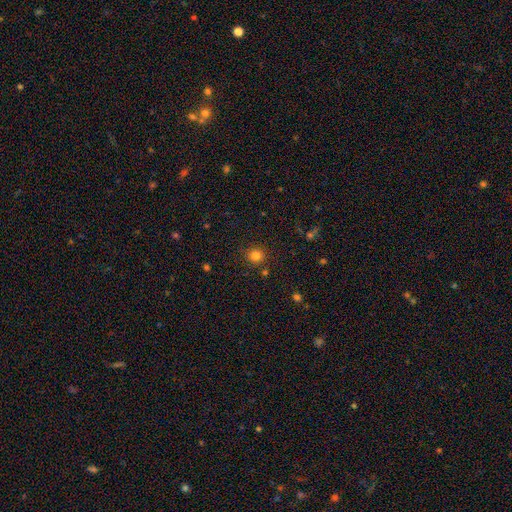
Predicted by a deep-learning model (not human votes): Morphology: type=smooth (81%); roundness=round (92%); merging=none (87%).